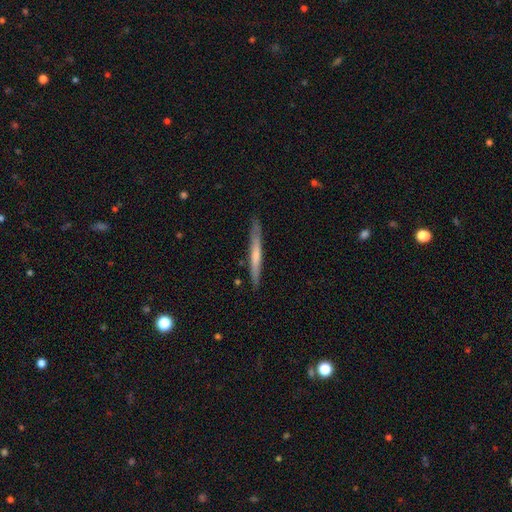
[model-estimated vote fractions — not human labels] smooth_or_featured: smooth (p=0.50) [alt: featured or disk p=0.44]
how_rounded: cigar-shaped (p=0.96) [alt: in between p=0.02]
merging: none (p=0.87) [alt: minor disturbance p=0.10]